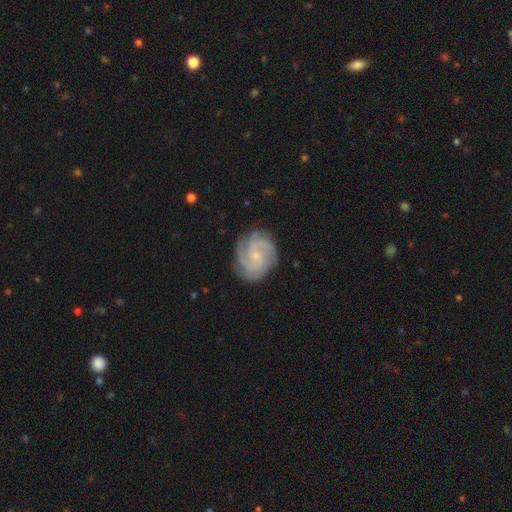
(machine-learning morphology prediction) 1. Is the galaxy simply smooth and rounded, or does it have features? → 88% featured or disk, 7% smooth, 5% star or artifact.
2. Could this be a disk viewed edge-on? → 98% no, 2% yes.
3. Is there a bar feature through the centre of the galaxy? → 63% no, 31% weak, 6% strong.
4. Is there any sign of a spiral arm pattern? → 98% yes, 2% no.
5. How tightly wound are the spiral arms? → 56% tight, 38% medium, 6% loose.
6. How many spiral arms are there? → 48% 3, 19% 2, 12% 4, 10% can't tell, 5% more than 4, 5% 1.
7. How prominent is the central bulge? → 77% small, 15% moderate, 5% none, 1% large, 1% dominant.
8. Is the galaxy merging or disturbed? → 83% none, 13% minor disturbance, 3% major disturbance, 1% merger.